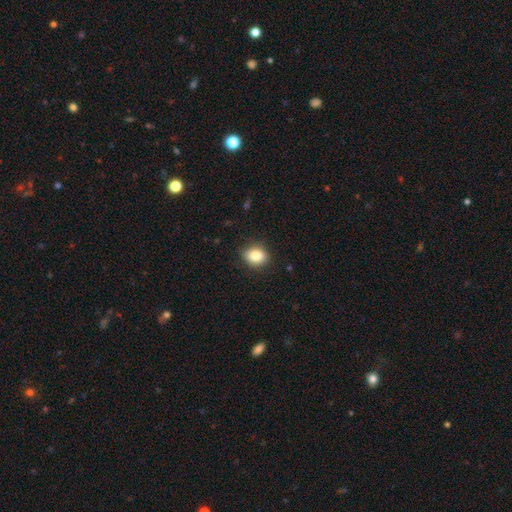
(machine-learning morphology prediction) A smooth galaxy with no disk features (86%) that is in between round and cigar-shaped (53%). Merging: none (85%).